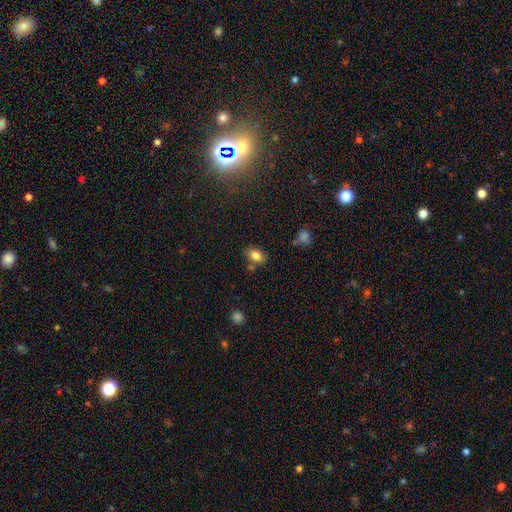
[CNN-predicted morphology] Smooth or featured? smooth (83%)
How rounded? in between (82%)
Merging? none (73%)